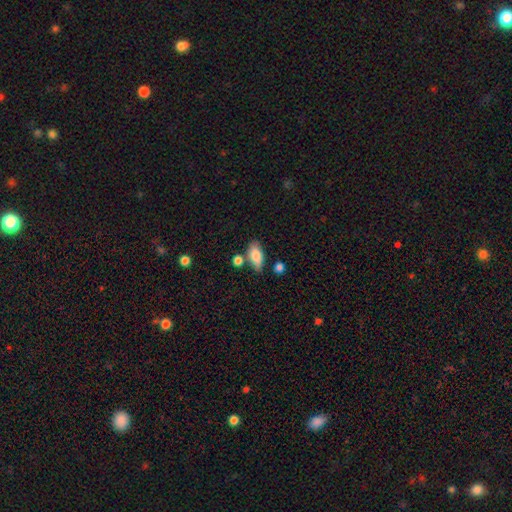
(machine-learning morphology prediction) This is likely a smooth galaxy (78%). How rounded: clearly in between (88%). Merging: likely none (65%).